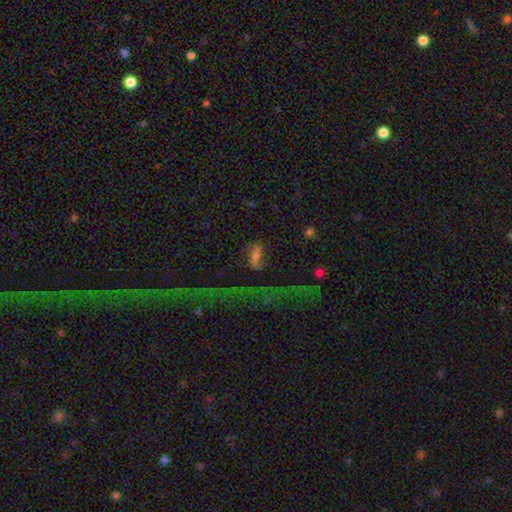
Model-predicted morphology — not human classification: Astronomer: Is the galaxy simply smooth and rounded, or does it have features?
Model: smooth — 38% (runner-up: star or artifact, 31%).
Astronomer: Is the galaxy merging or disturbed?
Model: none — 50%.